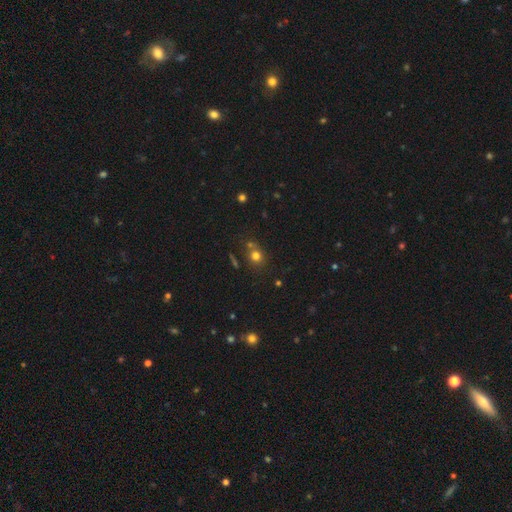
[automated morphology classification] A smooth galaxy with no disk features (72%) that is round (81%). Merging: none (65%).